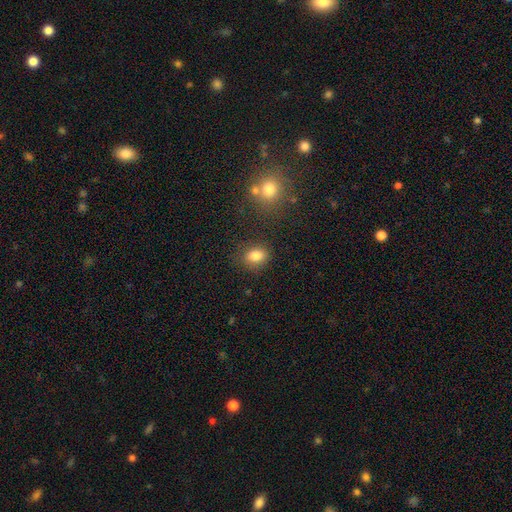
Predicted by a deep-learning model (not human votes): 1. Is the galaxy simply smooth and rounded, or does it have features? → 83% smooth, 11% star or artifact, 6% featured or disk.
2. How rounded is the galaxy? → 55% in between, 44% round, 1% cigar-shaped.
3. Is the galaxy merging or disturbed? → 81% none, 12% minor disturbance, 4% merger, 4% major disturbance.